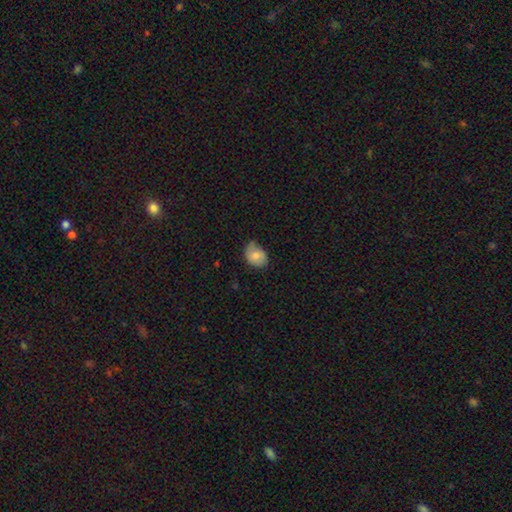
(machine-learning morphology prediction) smooth_or_featured: smooth (p=0.76) [alt: featured or disk p=0.16]
how_rounded: in between (p=0.61) [alt: round p=0.38]
merging: none (p=0.52) [alt: minor disturbance p=0.37]